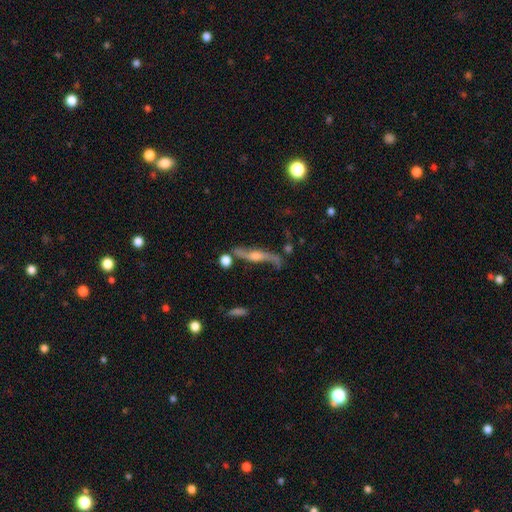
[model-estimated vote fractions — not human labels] Smooth or featured: featured or disk — 81% (smooth — 12%)
Edge-on disk: yes — 51% (no — 49%)
Merging: none — 63% (minor disturbance — 19%)